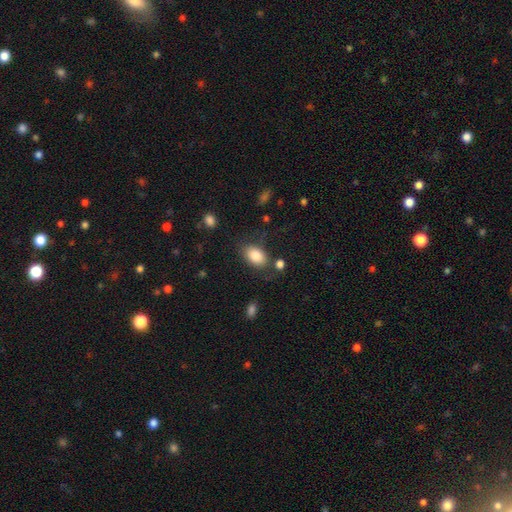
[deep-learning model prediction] Smooth or featured?
  - smooth: 84% *
  - featured or disk: 8%
  - star or artifact: 8%
How rounded?
  - in between: 88% *
  - round: 10%
  - cigar-shaped: 1%
Merging?
  - none: 74% *
  - minor disturbance: 16%
  - major disturbance: 5%
  - merger: 5%